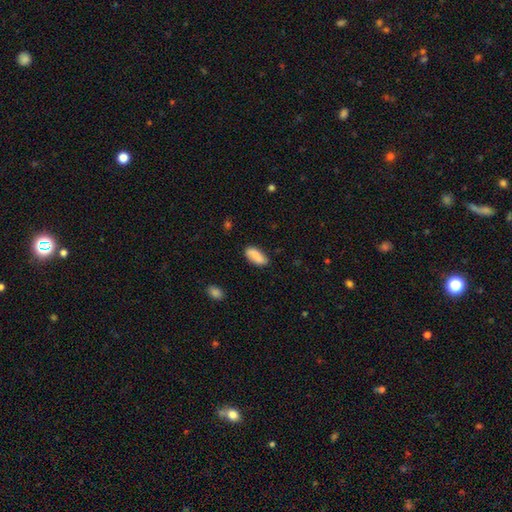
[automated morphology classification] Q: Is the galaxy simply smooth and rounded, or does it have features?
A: smooth — 84%.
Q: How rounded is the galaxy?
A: in between — 84%.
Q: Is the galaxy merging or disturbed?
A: none — 83%.